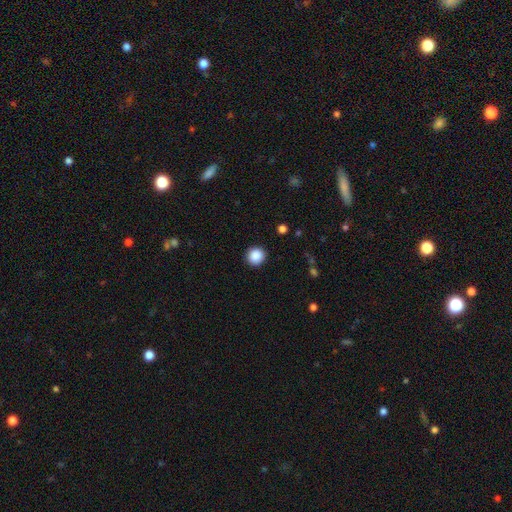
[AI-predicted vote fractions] smooth-or-featured: smooth: 88% | star or artifact: 9% | featured or disk: 3%
  how-rounded: round: 93% | in between: 6% | cigar-shaped: 1%
  merging: none: 91% | minor disturbance: 6% | major disturbance: 2% | merger: 1%